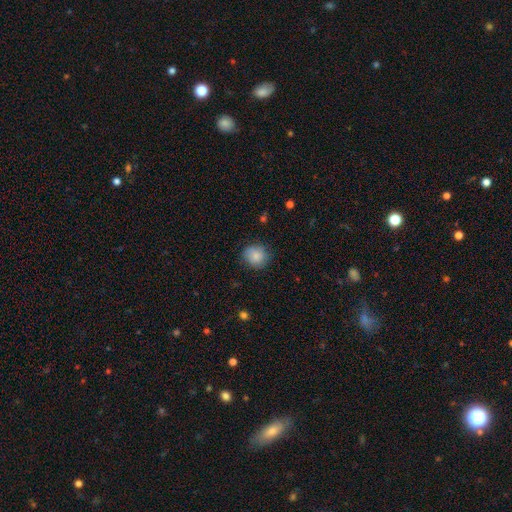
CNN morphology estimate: Smooth or featured?
  - smooth: 85% *
  - star or artifact: 8%
  - featured or disk: 8%
How rounded?
  - round: 82% *
  - in between: 17%
  - cigar-shaped: 1%
Merging?
  - none: 81% *
  - minor disturbance: 15%
  - major disturbance: 3%
  - merger: 1%